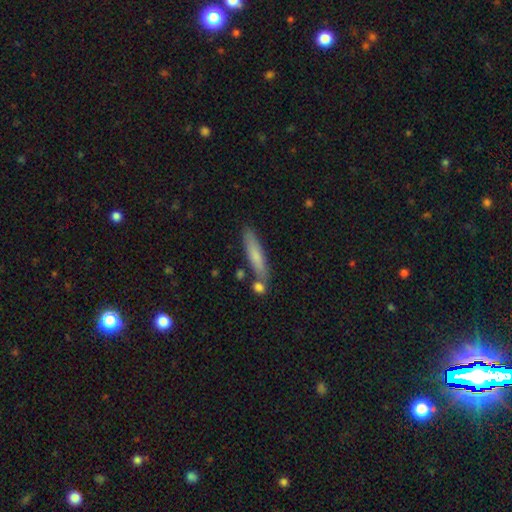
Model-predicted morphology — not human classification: Smooth or featured? smooth (72%)
How rounded? cigar-shaped (87%)
Merging? none (75%)